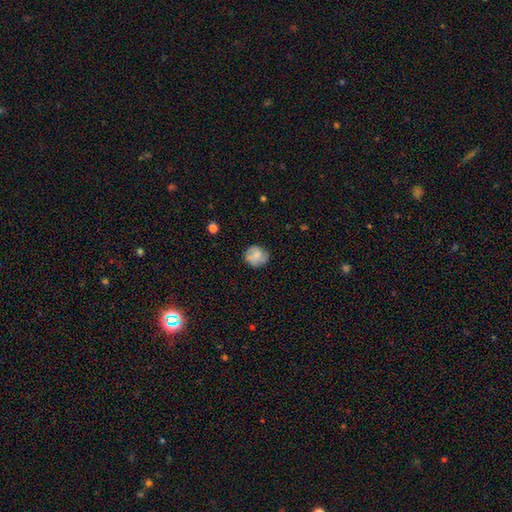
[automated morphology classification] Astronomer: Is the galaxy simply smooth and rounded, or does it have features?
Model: smooth — 63%.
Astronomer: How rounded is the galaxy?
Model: round — 83%.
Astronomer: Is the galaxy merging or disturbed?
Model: none — 75%.